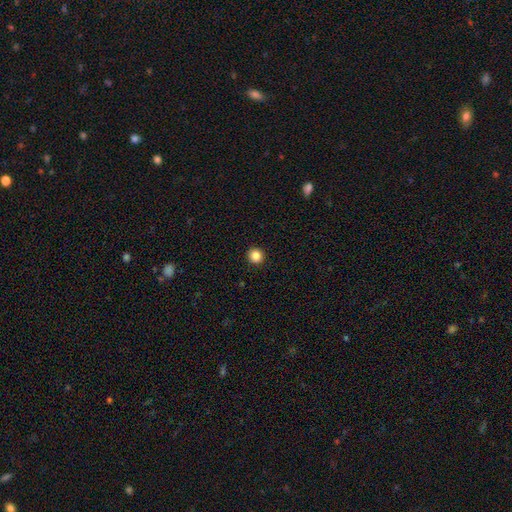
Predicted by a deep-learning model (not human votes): A smooth galaxy with no disk features (86%) that is round (93%). Merging: none (93%).